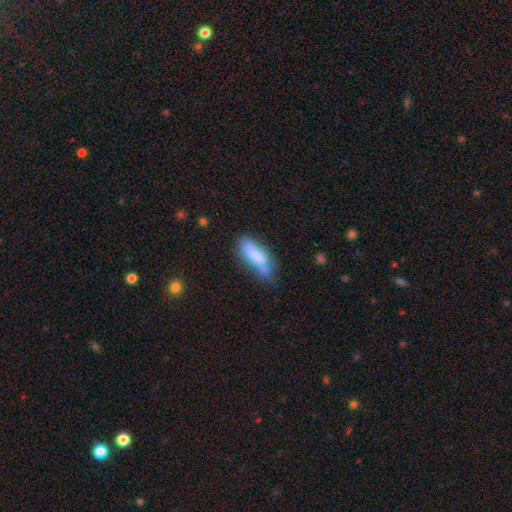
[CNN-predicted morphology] Smooth or featured?
  - smooth: 74% *
  - featured or disk: 18%
  - star or artifact: 8%
How rounded?
  - in between: 53% *
  - cigar-shaped: 44%
  - round: 2%
Merging?
  - none: 41% *
  - minor disturbance: 32%
  - major disturbance: 15%
  - merger: 12%